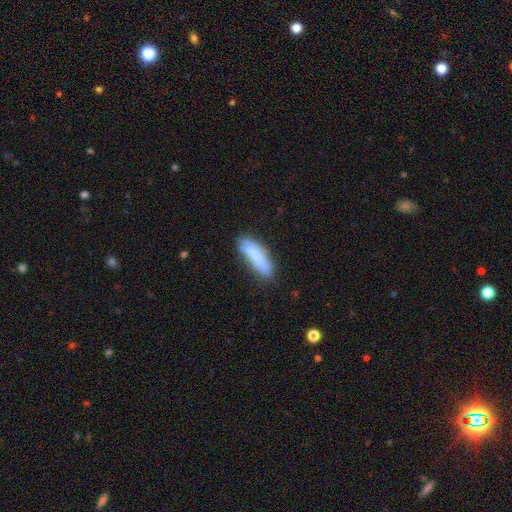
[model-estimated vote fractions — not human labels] A smooth galaxy with no disk features (72%) that is cigar-shaped (54%). Merging: none (64%).